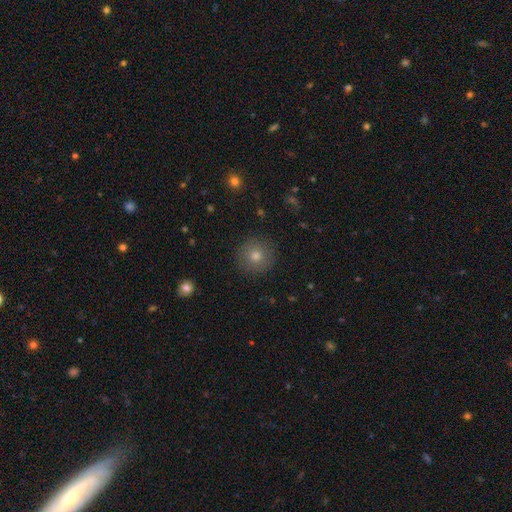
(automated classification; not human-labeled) Smooth or featured? Predicted: smooth (p=0.74). How rounded? Predicted: round (p=0.95). Merging? Predicted: none (p=0.91).